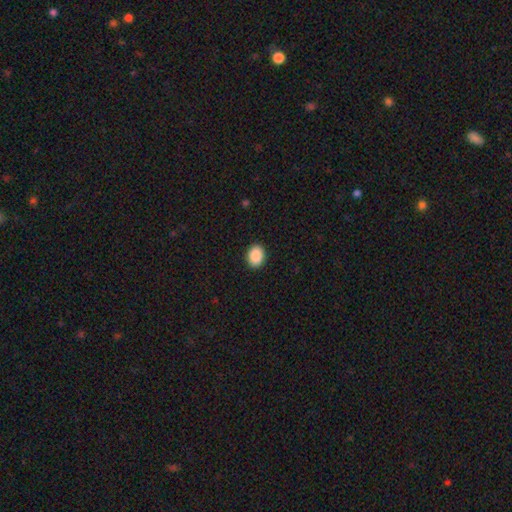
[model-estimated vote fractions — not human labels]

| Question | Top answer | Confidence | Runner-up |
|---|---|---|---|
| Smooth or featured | smooth | 90% | star or artifact (7%) |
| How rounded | in between | 71% | round (28%) |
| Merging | none | 91% | minor disturbance (6%) |